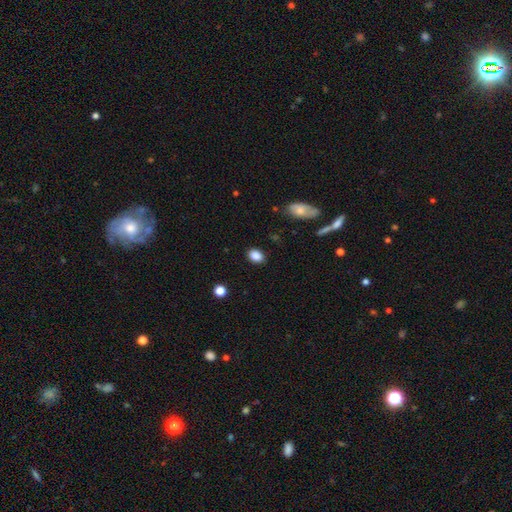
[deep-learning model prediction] Smooth or featured?
  - smooth: 87% *
  - star or artifact: 9%
  - featured or disk: 4%
How rounded?
  - in between: 71% *
  - round: 28%
  - cigar-shaped: 1%
Merging?
  - none: 86% *
  - minor disturbance: 10%
  - major disturbance: 3%
  - merger: 1%